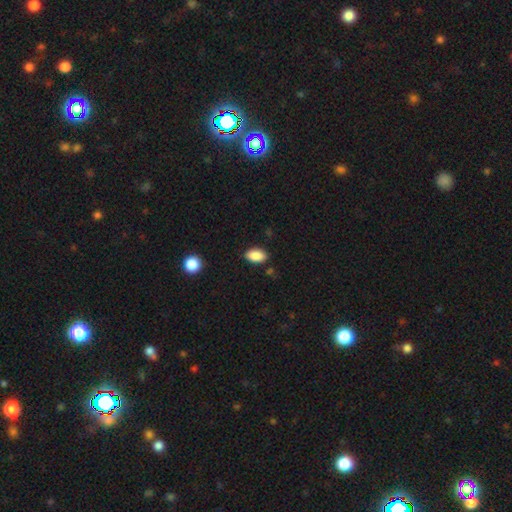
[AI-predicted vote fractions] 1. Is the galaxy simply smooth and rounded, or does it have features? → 89% smooth, 8% star or artifact, 4% featured or disk.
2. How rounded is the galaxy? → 92% in between, 6% round, 2% cigar-shaped.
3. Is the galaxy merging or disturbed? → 85% none, 11% minor disturbance, 2% major disturbance, 2% merger.